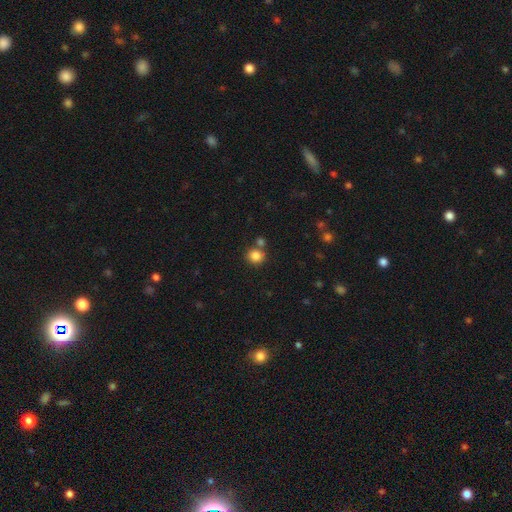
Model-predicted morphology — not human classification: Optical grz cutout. It shows a smooth galaxy with no disk features (84%) that is round (87%). Merging: none (70%).